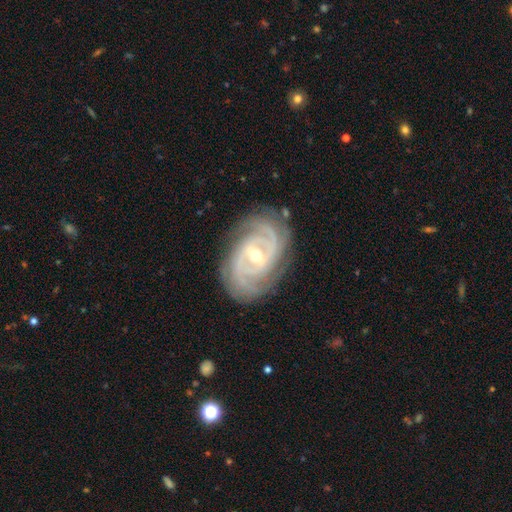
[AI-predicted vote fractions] featured or disk 91%, star or artifact 5%, smooth 4%. Down the decision tree: edge-on disk — no (96%); bar — weak (48%); spiral arms — yes (98%); spiral arm count — 3 (29%); spiral winding — tight (73%); bulge size — moderate (50%); merging — none (80%).